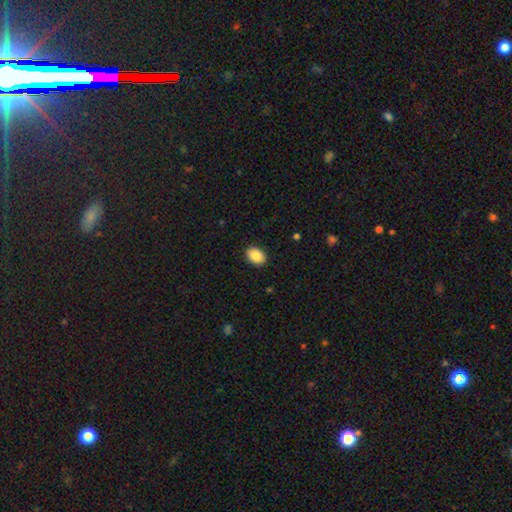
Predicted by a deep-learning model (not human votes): Overall: smooth (89%). How rounded: in between (78%). Merging: none (90%).